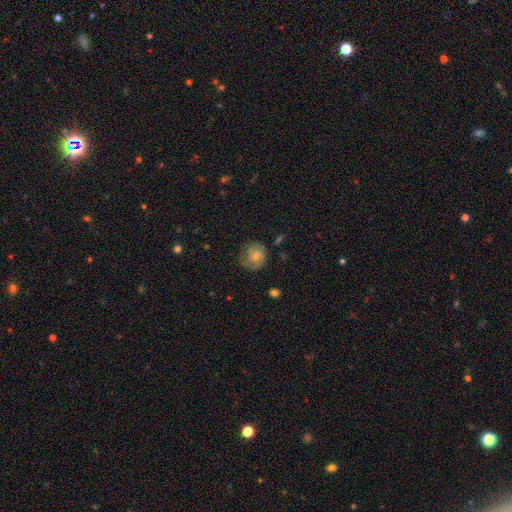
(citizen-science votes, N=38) Volunteers were most divided on "smooth or featured": featured or disk: 50%, smooth: 45%, star or artifact: 5%. Remaining: edge-on disk — no (100%); spiral arms — yes (84%); bar — no (79%); merging — none (78%); spiral arm count — 2 (75%); spiral winding — tight (56%); bulge size — small (47%).